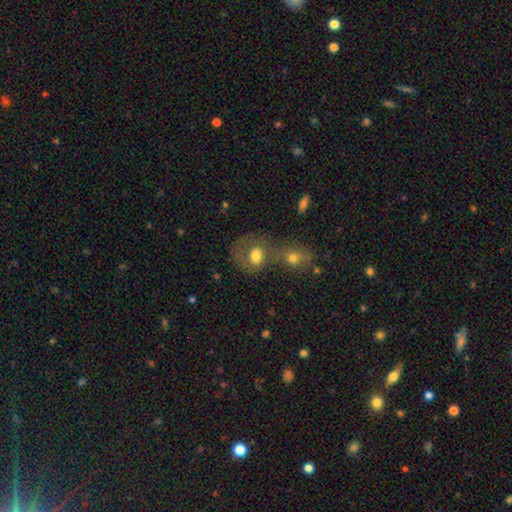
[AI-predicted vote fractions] Q: Smooth or featured?
A: smooth (69%); runner-up: featured or disk (20%)
Q: How rounded?
A: round (60%); runner-up: in between (38%)
Q: Merging?
A: merger (52%); runner-up: none (27%)